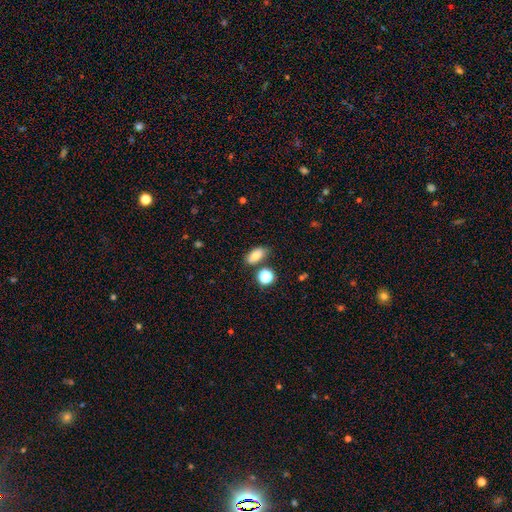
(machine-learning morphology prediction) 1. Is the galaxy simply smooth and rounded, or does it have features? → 80% smooth, 11% star or artifact, 8% featured or disk.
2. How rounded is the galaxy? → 85% in between, 9% round, 6% cigar-shaped.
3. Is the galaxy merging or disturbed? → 76% none, 13% minor disturbance, 8% merger, 4% major disturbance.